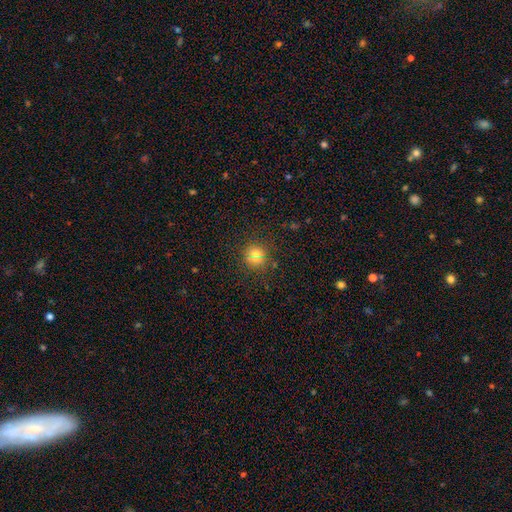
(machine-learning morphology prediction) Smooth or featured? Predicted: smooth (p=0.71). How rounded? Predicted: round (p=0.92). Merging? Predicted: none (p=0.85).